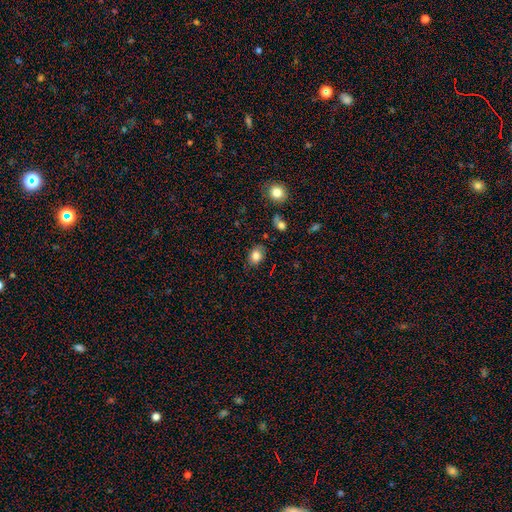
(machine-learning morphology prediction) A smooth galaxy with no disk features (82%) that is in between round and cigar-shaped (67%). Merging: none (79%).